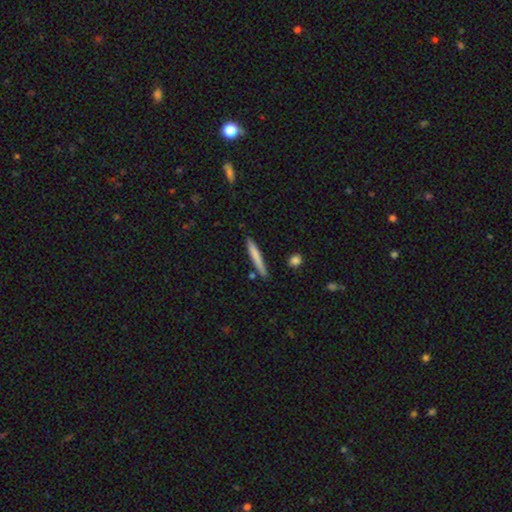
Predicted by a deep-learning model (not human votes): This is likely a smooth galaxy (73%). How rounded: clearly cigar-shaped (95%). Merging: clearly none (85%).